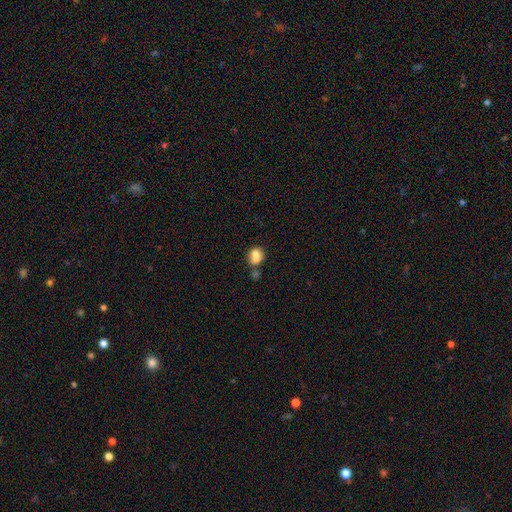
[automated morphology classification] Q: Smooth or featured?
A: smooth (75%); runner-up: featured or disk (15%)
Q: How rounded?
A: round (54%); runner-up: in between (45%)
Q: Merging?
A: merger (46%); runner-up: none (33%)